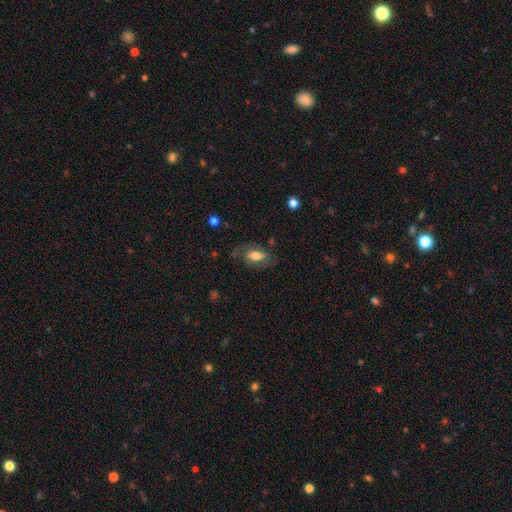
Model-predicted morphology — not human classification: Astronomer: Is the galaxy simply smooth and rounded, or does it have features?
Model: smooth — 52% (runner-up: featured or disk, 40%).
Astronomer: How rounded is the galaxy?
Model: in between — 87%.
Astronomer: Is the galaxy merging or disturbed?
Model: none — 64%.